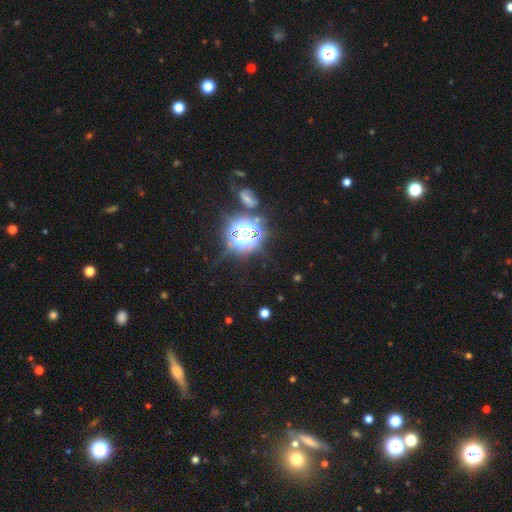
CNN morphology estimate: Overall: star or artifact (78%).